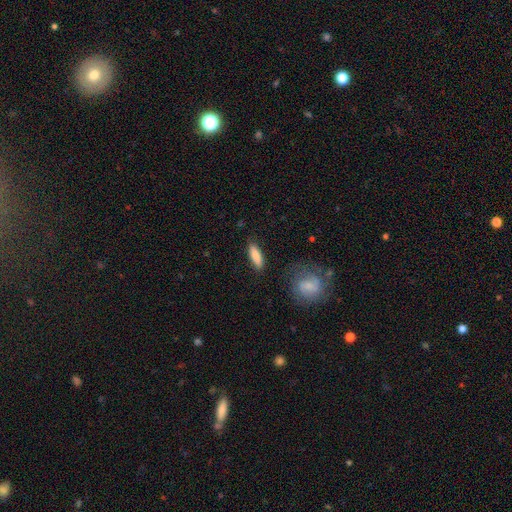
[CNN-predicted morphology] A smooth galaxy with no disk features (83%) that is cigar-shaped (55%).

Vote fractions:
- Smooth or featured? smooth: 83% / featured or disk: 11% / star or artifact: 6%
- How rounded? cigar-shaped: 55% / in between: 42% / round: 2%
- Merging? none: 85% / minor disturbance: 10% / major disturbance: 3% / merger: 2%